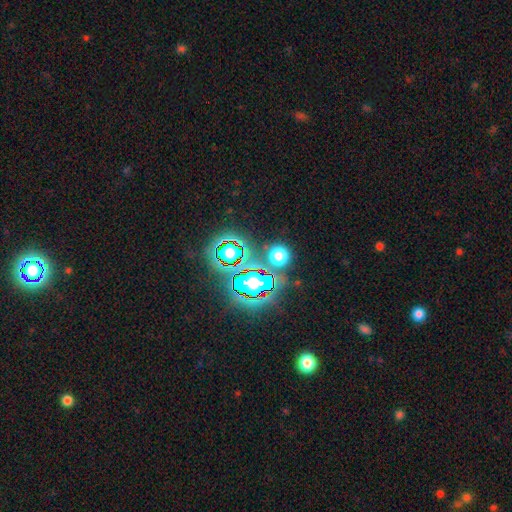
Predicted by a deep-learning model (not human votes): Morphology: type=star or artifact (71%).